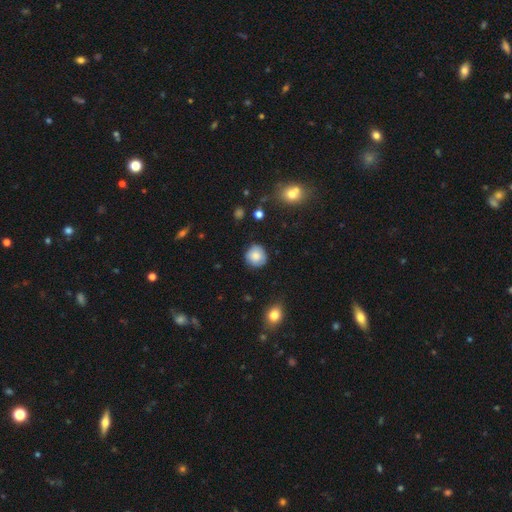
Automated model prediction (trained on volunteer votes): Smooth or featured?
  - smooth: 81% *
  - featured or disk: 11%
  - star or artifact: 9%
How rounded?
  - round: 90% *
  - in between: 9%
  - cigar-shaped: 1%
Merging?
  - none: 83% *
  - minor disturbance: 13%
  - major disturbance: 3%
  - merger: 1%